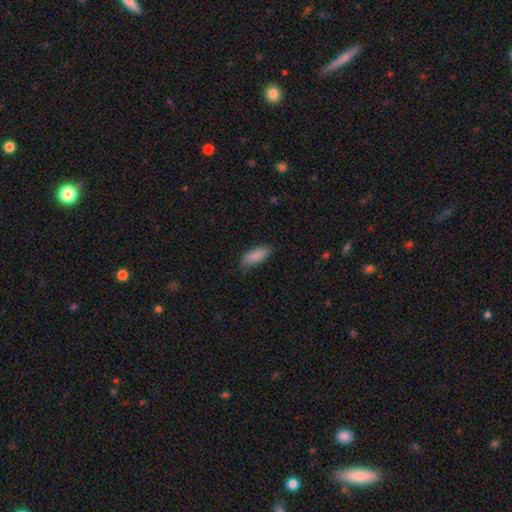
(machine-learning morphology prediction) type=smooth (88%); roundness=in between (81%); merging=none (77%).